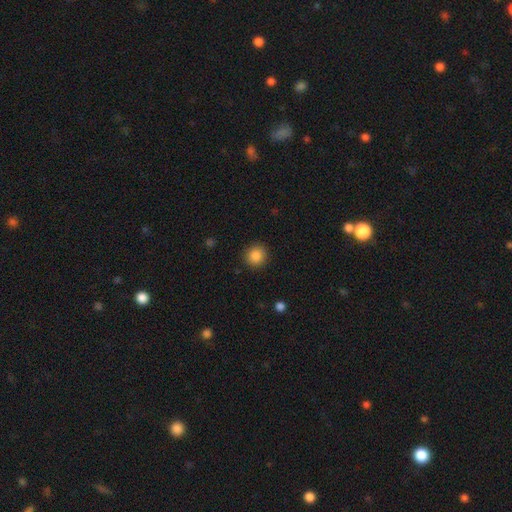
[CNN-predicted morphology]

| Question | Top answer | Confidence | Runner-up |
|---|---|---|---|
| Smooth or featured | smooth | 87% | star or artifact (10%) |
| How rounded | round | 93% | in between (6%) |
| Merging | none | 91% | minor disturbance (6%) |